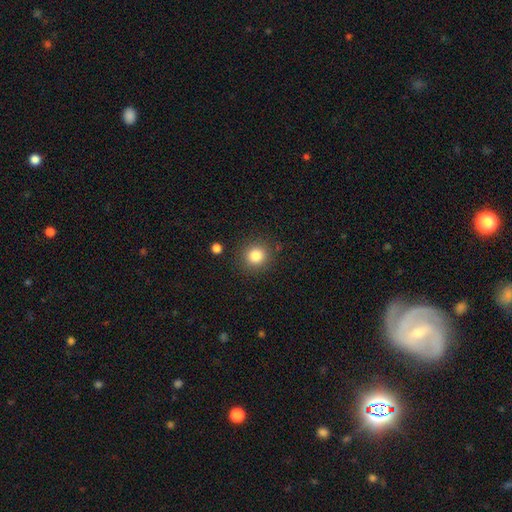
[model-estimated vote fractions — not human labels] smooth 84%, star or artifact 11%, featured or disk 5%. Down the decision tree: how rounded — round (90%); merging — none (86%).